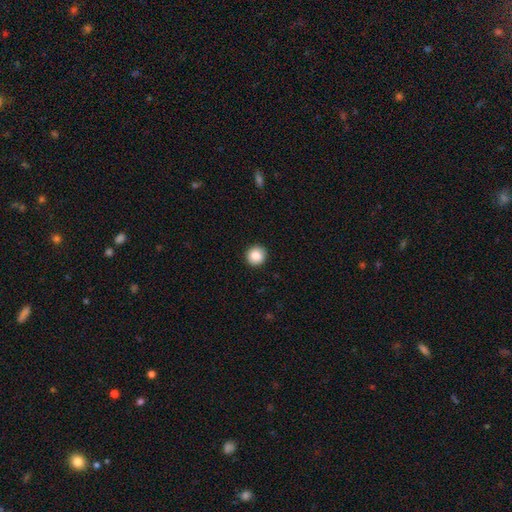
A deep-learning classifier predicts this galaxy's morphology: Smooth or featured: smooth — 87% (star or artifact — 9%)
How rounded: round — 93% (in between — 6%)
Merging: none — 92% (minor disturbance — 6%)